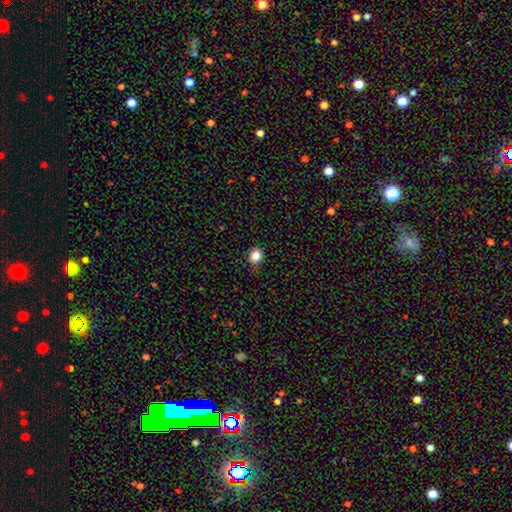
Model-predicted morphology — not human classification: Smooth or featured: smooth — 85% (star or artifact — 11%)
How rounded: round — 72% (in between — 27%)
Merging: none — 86% (minor disturbance — 10%)